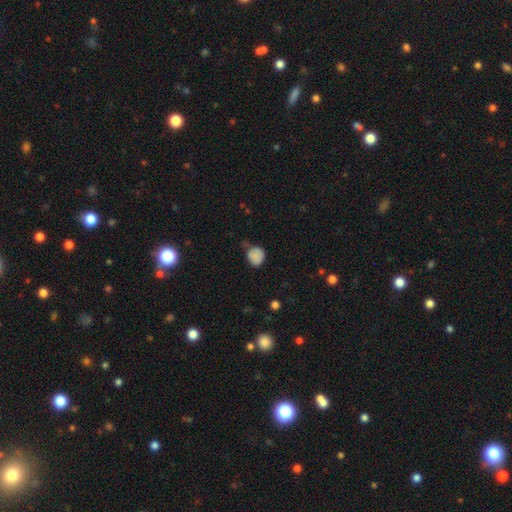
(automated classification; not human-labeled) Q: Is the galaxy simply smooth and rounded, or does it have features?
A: smooth — 83%.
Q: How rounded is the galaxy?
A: round — 75%.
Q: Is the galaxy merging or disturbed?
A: none — 50%.